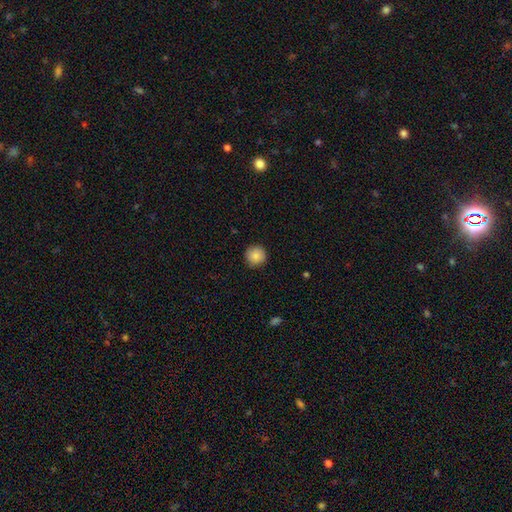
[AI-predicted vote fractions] smooth_or_featured: smooth (p=0.87) [alt: star or artifact p=0.08]
how_rounded: round (p=0.95) [alt: in between p=0.04]
merging: none (p=0.89) [alt: minor disturbance p=0.08]